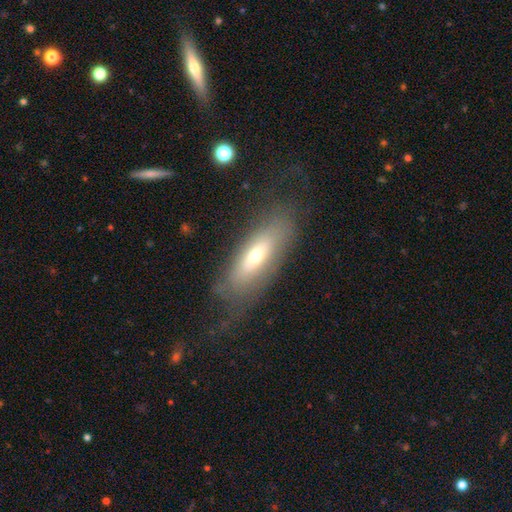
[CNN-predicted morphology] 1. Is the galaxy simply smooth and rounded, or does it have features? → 47% featured or disk, 44% smooth, 9% star or artifact.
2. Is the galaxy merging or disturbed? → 59% none, 20% minor disturbance, 19% major disturbance, 2% merger.